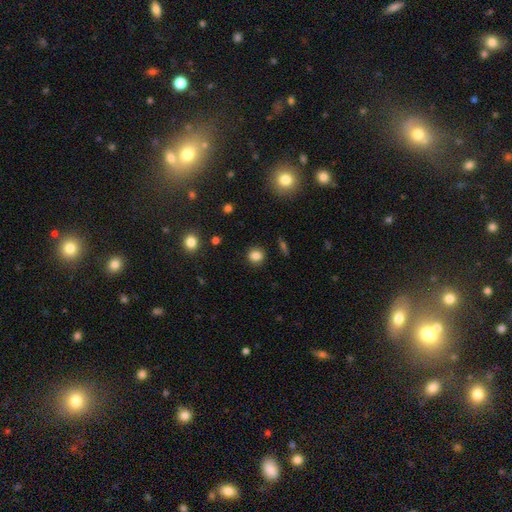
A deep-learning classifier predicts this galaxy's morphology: Smooth or featured: smooth — 83% (star or artifact — 11%)
How rounded: round — 84% (in between — 15%)
Merging: none — 89% (minor disturbance — 7%)